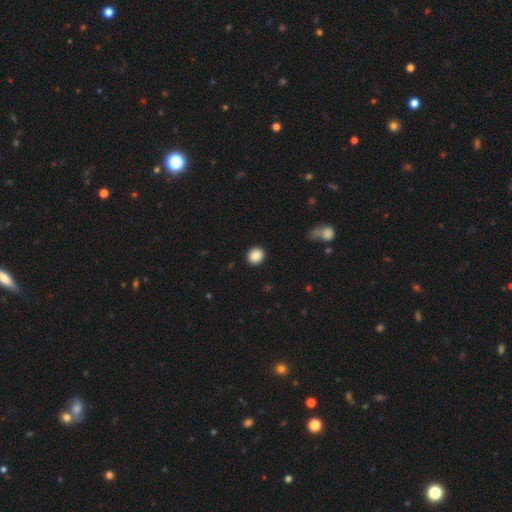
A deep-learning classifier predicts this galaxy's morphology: This appears to be a smooth galaxy with no disk features (88%) that is round (82%). Merging: none (92%).